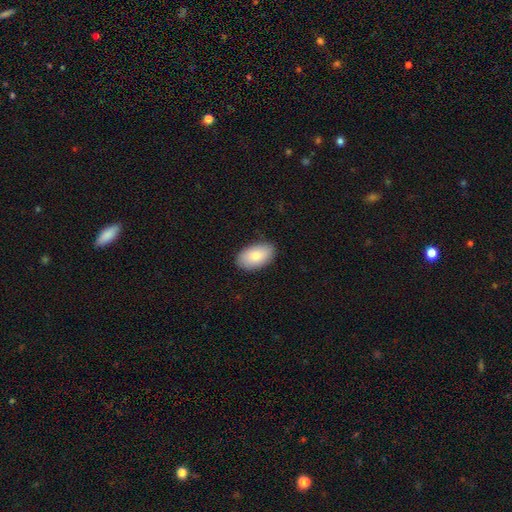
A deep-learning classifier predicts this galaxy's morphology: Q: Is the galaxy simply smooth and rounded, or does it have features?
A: smooth — 85%.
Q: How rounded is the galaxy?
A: in between — 94%.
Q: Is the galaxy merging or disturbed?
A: none — 87%.